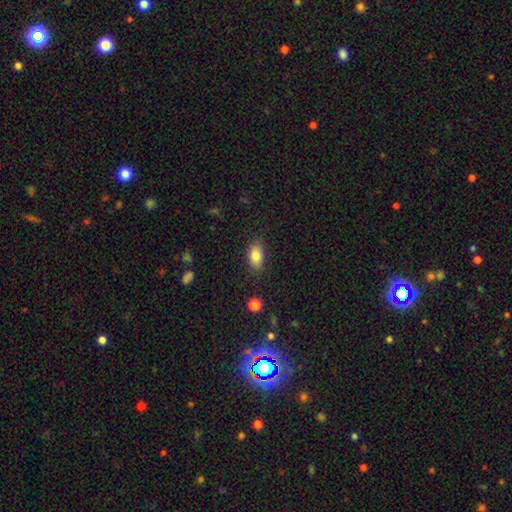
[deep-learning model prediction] This appears to be a smooth galaxy with no disk features (83%) that is in between round and cigar-shaped (88%). Merging: none (85%).